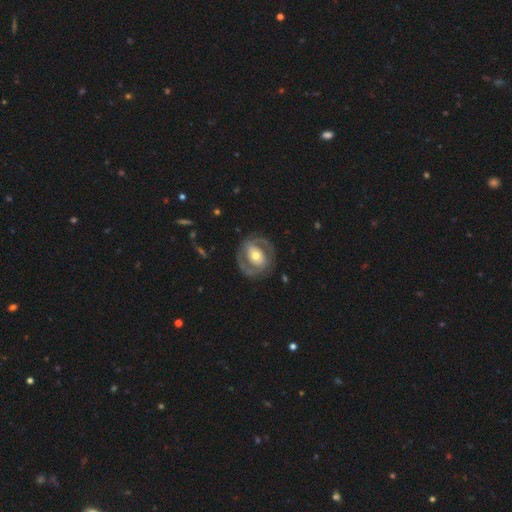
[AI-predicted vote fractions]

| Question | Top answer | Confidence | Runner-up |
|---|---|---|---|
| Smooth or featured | featured or disk | 73% | smooth (22%) |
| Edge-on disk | no | 96% | yes (4%) |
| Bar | no | 51% | weak (29%) |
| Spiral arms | yes | 66% | no (34%) |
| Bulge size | moderate | 69% | small (16%) |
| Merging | none | 78% | minor disturbance (12%) |